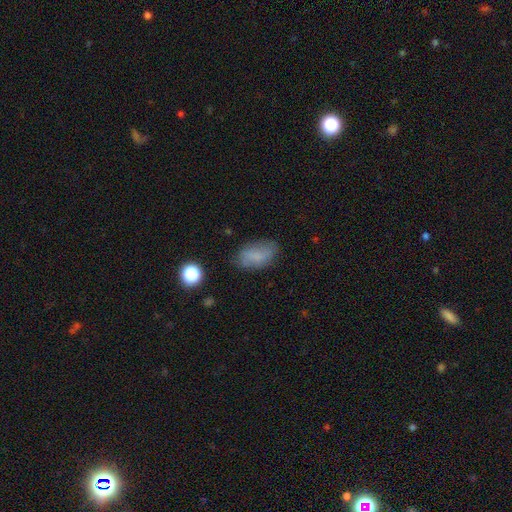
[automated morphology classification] This is likely a smooth galaxy (73%). How rounded: clearly in between (91%). Merging: likely none (73%).